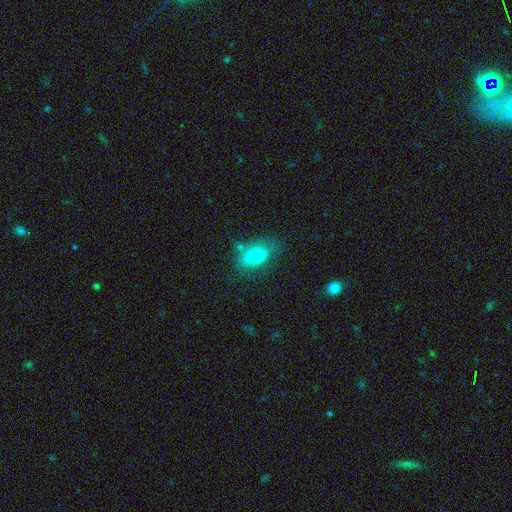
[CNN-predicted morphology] This appears to be a smooth galaxy with no disk features (71%) that is in between round and cigar-shaped (87%). Merging: none (64%).